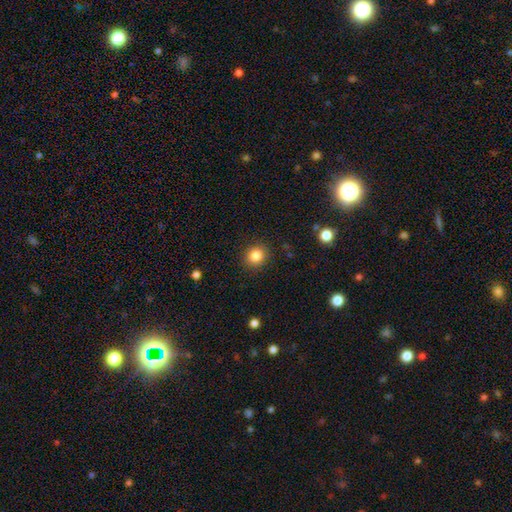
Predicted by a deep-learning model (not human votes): The model was most divided on "how rounded": round: 85%, in between: 14%, cigar-shaped: 1%. More confident: merging — none (89%); smooth or featured — smooth (85%).